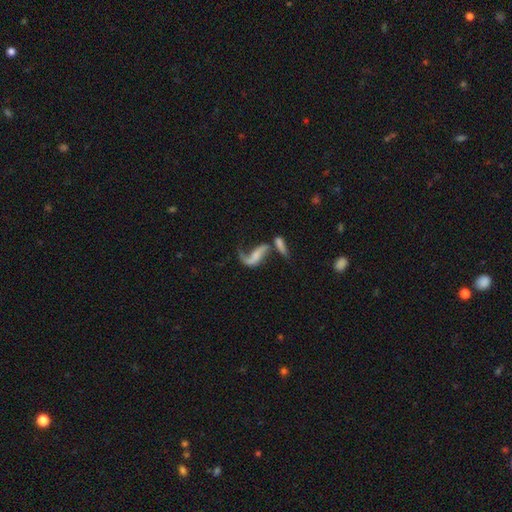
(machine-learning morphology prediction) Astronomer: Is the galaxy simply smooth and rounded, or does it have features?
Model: featured or disk — 69%.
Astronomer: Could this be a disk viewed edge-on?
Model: no — 90%.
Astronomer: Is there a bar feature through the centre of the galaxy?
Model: no — 47% (runner-up: weak, 32%).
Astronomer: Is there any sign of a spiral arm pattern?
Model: yes — 81%.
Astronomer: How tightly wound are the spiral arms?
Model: loose — 90%.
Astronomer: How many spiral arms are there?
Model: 2 — 67%.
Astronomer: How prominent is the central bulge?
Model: none — 46% (runner-up: small, 29%).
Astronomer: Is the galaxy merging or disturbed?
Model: merger — 38% (runner-up: none, 27%).